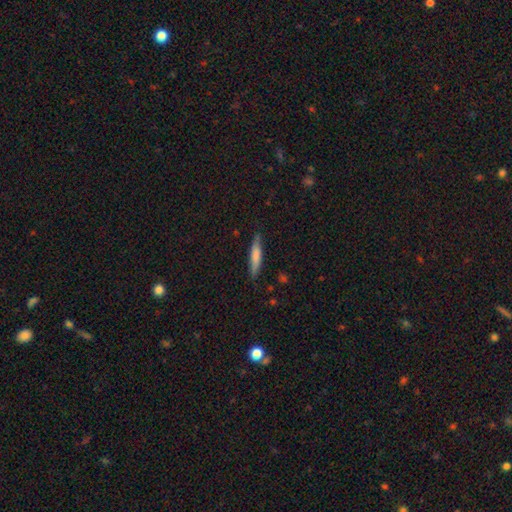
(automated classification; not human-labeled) A smooth galaxy with no disk features (73%) that is cigar-shaped (86%).

Vote fractions:
- Smooth or featured? smooth: 73% / featured or disk: 21% / star or artifact: 6%
- How rounded? cigar-shaped: 86% / in between: 12% / round: 1%
- Merging? none: 83% / minor disturbance: 13% / major disturbance: 2% / merger: 1%